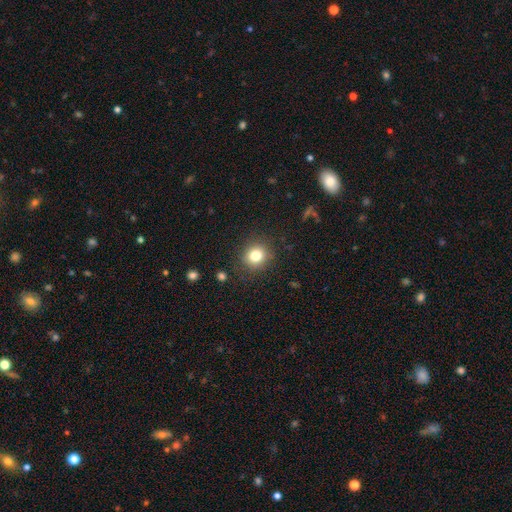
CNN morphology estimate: smooth-or-featured: smooth: 81% | star or artifact: 12% | featured or disk: 7%
  how-rounded: round: 82% | in between: 17% | cigar-shaped: 1%
  merging: none: 87% | minor disturbance: 9% | major disturbance: 3% | merger: 1%